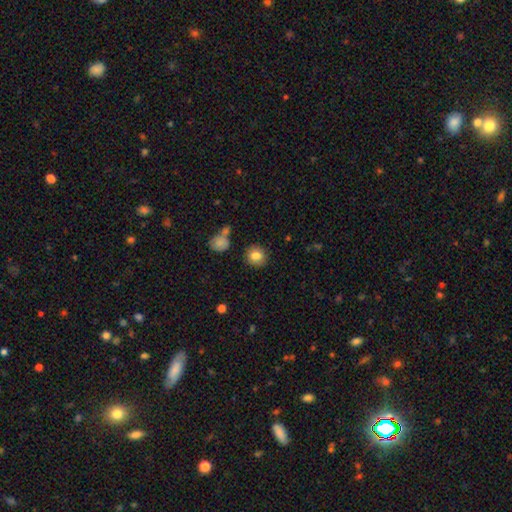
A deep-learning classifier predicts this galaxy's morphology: Smooth or featured? Predicted: smooth (p=0.83). How rounded? Predicted: round (p=0.87). Merging? Predicted: none (p=0.87).